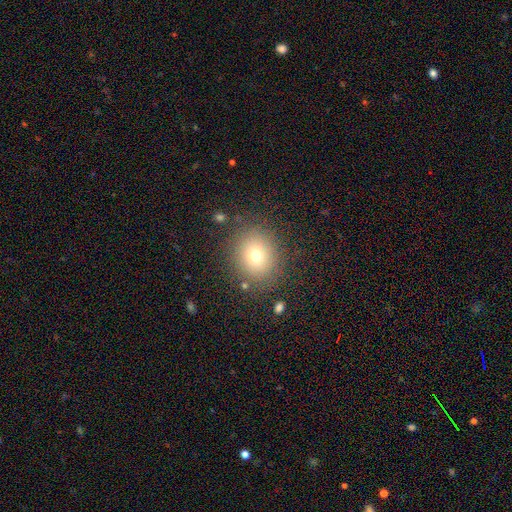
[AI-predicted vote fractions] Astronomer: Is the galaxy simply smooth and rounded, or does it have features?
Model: smooth — 72%.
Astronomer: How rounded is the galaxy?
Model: round — 75%.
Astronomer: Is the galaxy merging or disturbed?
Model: none — 85%.